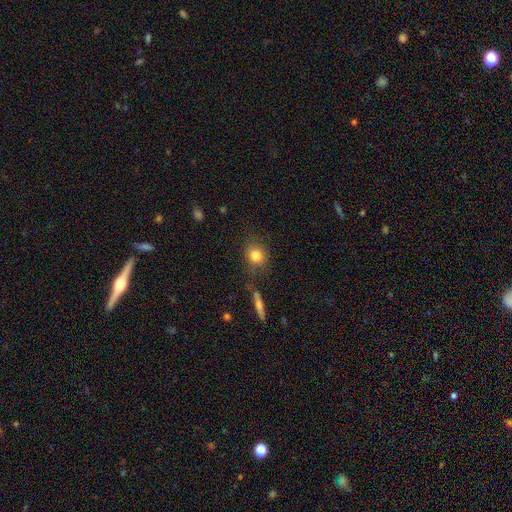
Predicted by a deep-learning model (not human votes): smooth-or-featured: smooth: 80% | star or artifact: 10% | featured or disk: 9%
  how-rounded: round: 71% | in between: 27% | cigar-shaped: 2%
  merging: none: 74% | minor disturbance: 15% | merger: 6% | major disturbance: 5%